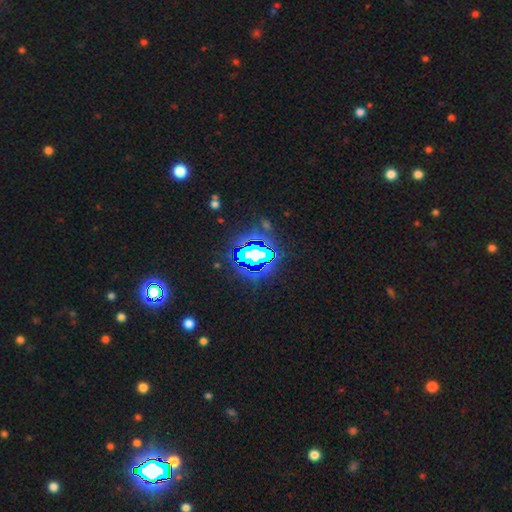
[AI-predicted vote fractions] Overall: star or artifact (76%).